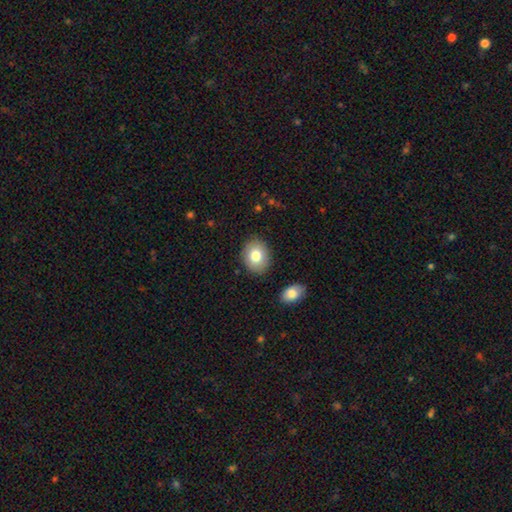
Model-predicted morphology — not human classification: type=smooth (79%); roundness=in between (52%); merging=none (86%).